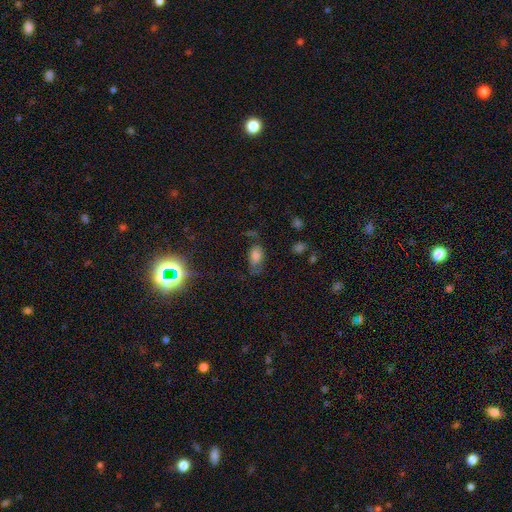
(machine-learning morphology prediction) A smooth galaxy with no disk features (66%) that is in between round and cigar-shaped (89%).

Vote fractions:
- Smooth or featured? smooth: 66% / featured or disk: 17% / star or artifact: 16%
- How rounded? in between: 89% / round: 8% / cigar-shaped: 3%
- Merging? none: 48% / minor disturbance: 29% / major disturbance: 19% / merger: 4%